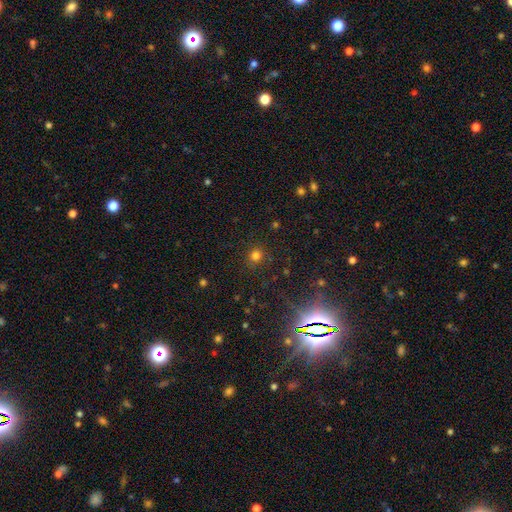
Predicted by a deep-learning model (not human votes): Smooth or featured: smooth — 76% (star or artifact — 19%)
How rounded: round — 86% (in between — 13%)
Merging: none — 88% (minor disturbance — 8%)